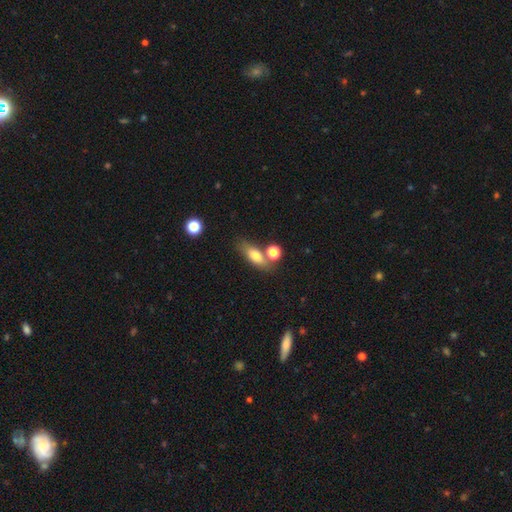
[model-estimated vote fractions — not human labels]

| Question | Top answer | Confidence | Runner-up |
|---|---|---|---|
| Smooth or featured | smooth | 72% | featured or disk (19%) |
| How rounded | in between | 65% | cigar-shaped (24%) |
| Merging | none | 61% | merger (20%) |